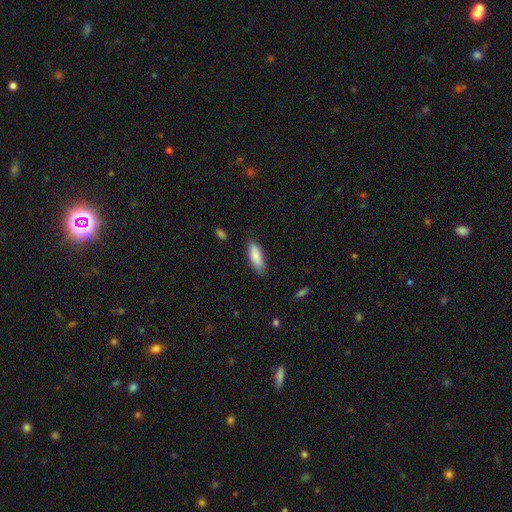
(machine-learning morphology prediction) Smooth or featured? Predicted: smooth (p=0.86). How rounded? Predicted: in between (p=0.67). Merging? Predicted: none (p=0.79).